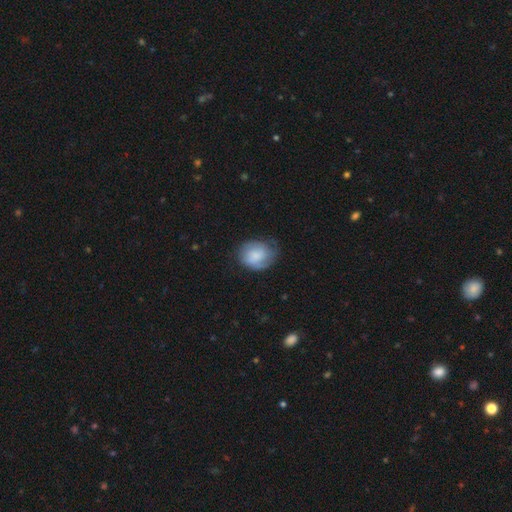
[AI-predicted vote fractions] smooth 54%, featured or disk 39%, star or artifact 7%. Down the decision tree: how rounded — in between (51%); merging — none (60%).